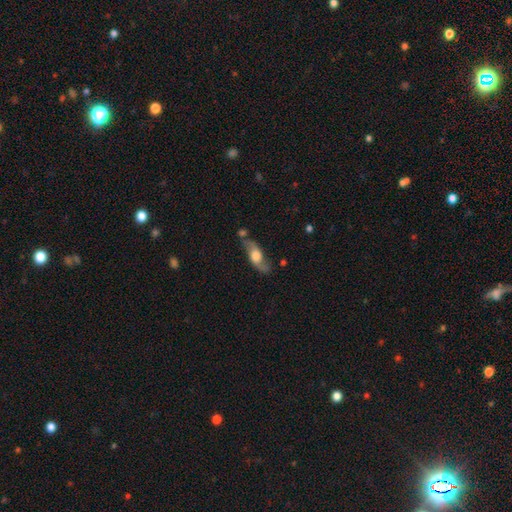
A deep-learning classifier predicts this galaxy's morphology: The model was most divided on "smooth or featured": featured or disk: 65%, smooth: 29%, star or artifact: 6%. More confident: edge-on disk — no (71%); merging — none (63%).